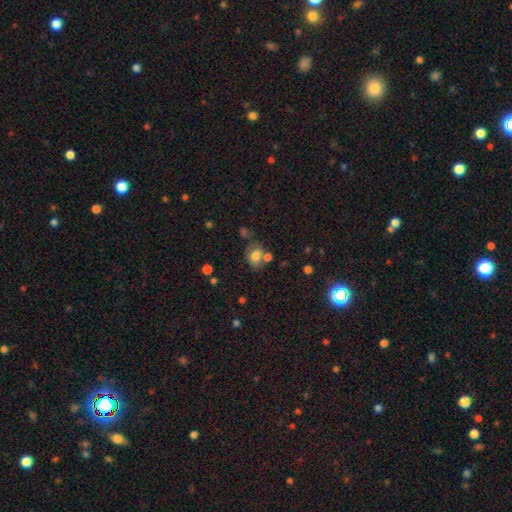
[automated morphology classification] Smooth or featured: smooth — 73% (featured or disk — 16%)
How rounded: in between — 67% (round — 32%)
Merging: none — 49% (merger — 24%)